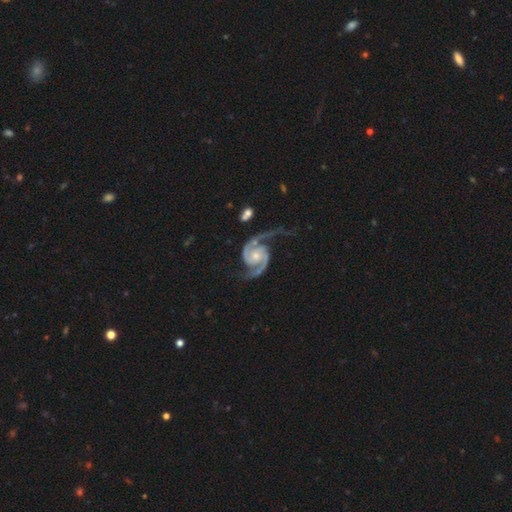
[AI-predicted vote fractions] featured or disk 94%, star or artifact 3%, smooth 2%. Down the decision tree: edge-on disk — no (98%); bar — no (65%); spiral arms — yes (99%); spiral arm count — 2 (94%); spiral winding — medium (57%); bulge size — moderate (47%); merging — none (65%).